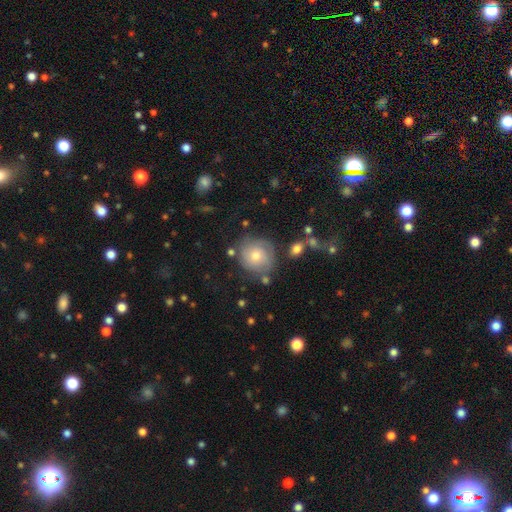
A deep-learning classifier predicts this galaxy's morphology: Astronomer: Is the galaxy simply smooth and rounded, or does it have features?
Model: smooth — 58% (runner-up: featured or disk, 33%).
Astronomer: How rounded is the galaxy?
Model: round — 87%.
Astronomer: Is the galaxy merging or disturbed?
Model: none — 68%.